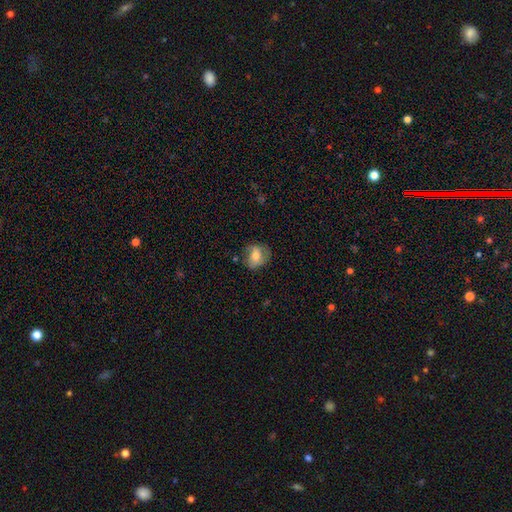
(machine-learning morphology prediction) smooth_or_featured: smooth (p=0.62) [alt: featured or disk p=0.29]
how_rounded: round (p=0.55) [alt: in between p=0.44]
merging: none (p=0.68) [alt: minor disturbance p=0.22]